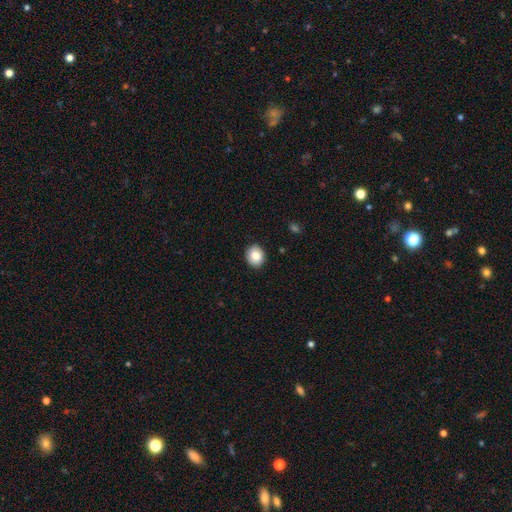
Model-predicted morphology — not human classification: type=smooth (83%); roundness=round (68%); merging=none (90%).